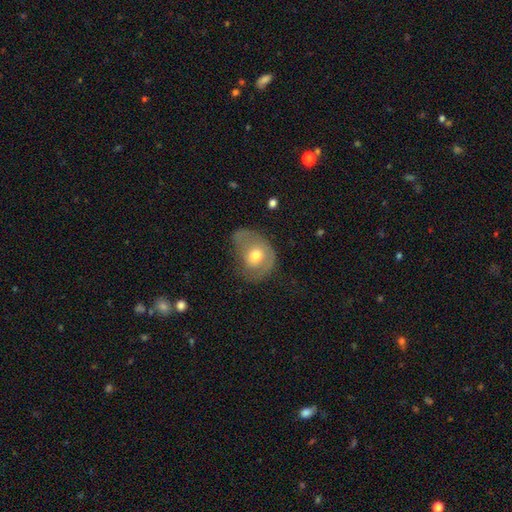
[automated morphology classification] smooth 54%, featured or disk 39%, star or artifact 8%. Down the decision tree: how rounded — in between (60%); merging — major disturbance (34%).